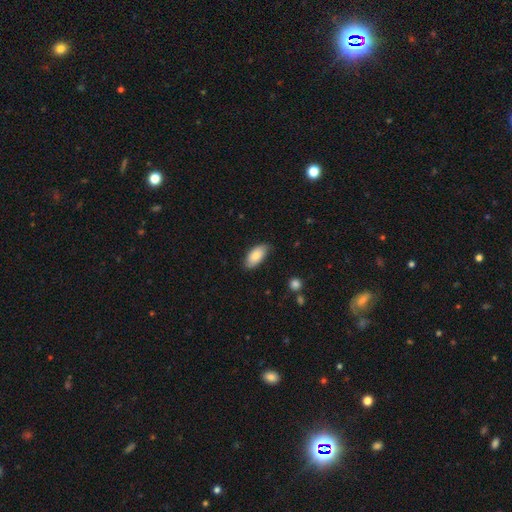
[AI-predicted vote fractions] The model was most divided on "merging": none: 74%, minor disturbance: 21%, major disturbance: 3%, merger: 1%. More confident: how rounded — in between (93%); smooth or featured — smooth (79%).